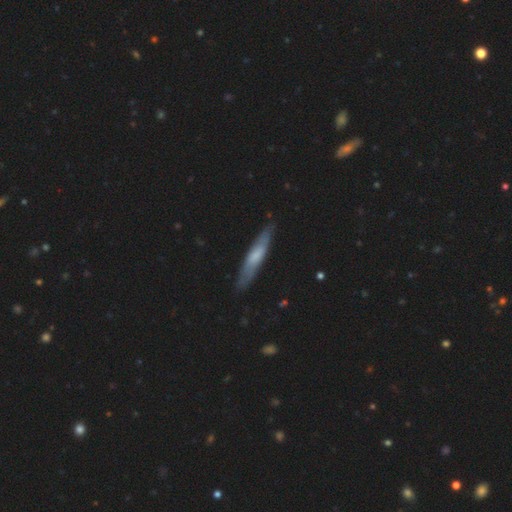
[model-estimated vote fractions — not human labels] A smooth galaxy with no disk features (51%) that is cigar-shaped (87%). Merging: none (84%).